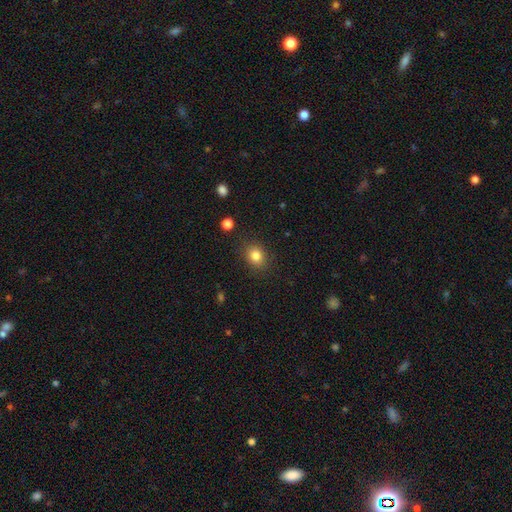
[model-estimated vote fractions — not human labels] A smooth galaxy with no disk features (82%) that is round (61%). Merging: none (86%).